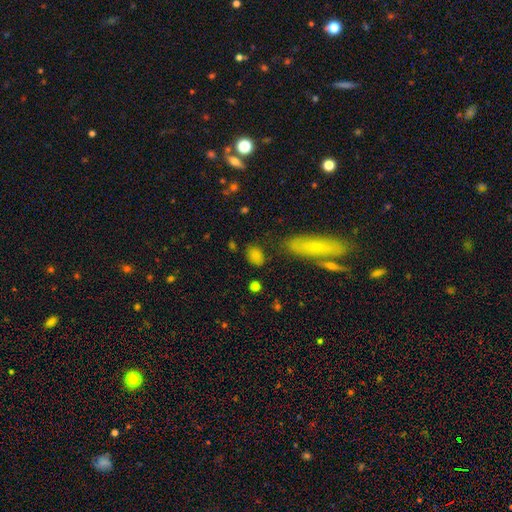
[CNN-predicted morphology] The model was most divided on "how rounded": in between: 76%, round: 21%, cigar-shaped: 3%. More confident: smooth or featured — smooth (81%); merging — none (73%).